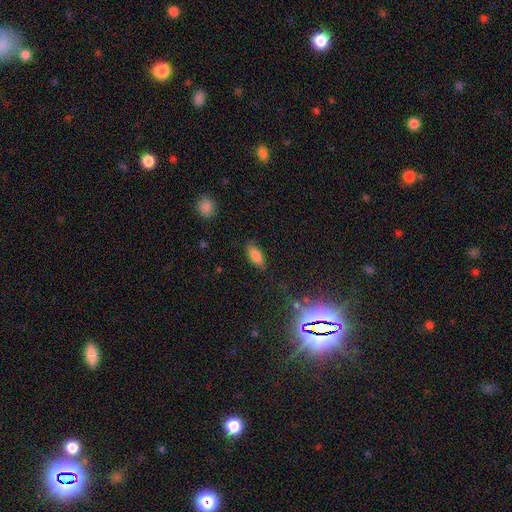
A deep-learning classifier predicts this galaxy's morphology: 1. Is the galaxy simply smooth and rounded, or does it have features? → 82% smooth, 10% star or artifact, 7% featured or disk.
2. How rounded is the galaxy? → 86% in between, 11% cigar-shaped, 3% round.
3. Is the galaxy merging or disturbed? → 81% none, 14% minor disturbance, 3% major disturbance, 1% merger.